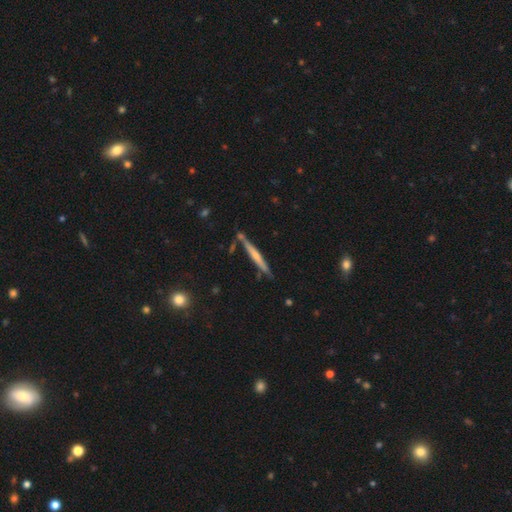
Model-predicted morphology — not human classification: smooth-or-featured: featured or disk: 49% | smooth: 45% | star or artifact: 6%
  merging: none: 79% | minor disturbance: 13% | merger: 6% | major disturbance: 2%